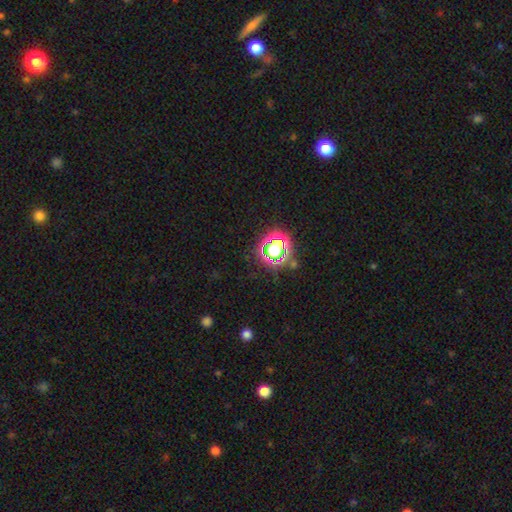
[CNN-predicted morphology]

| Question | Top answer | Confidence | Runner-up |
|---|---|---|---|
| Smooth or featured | star or artifact | 76% | smooth (16%) |